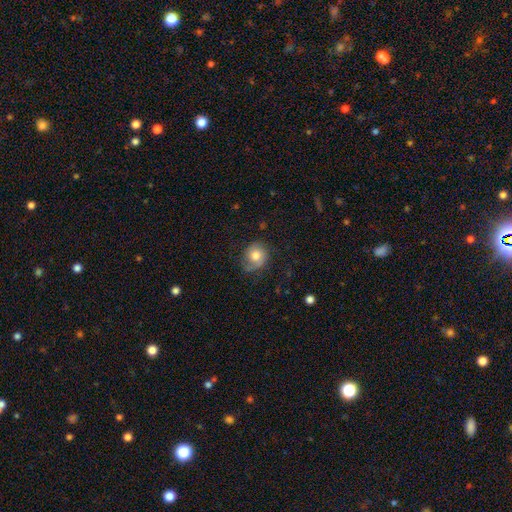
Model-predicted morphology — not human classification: This appears to be a smooth galaxy with no disk features (64%) that is round (76%). Merging: none (63%).